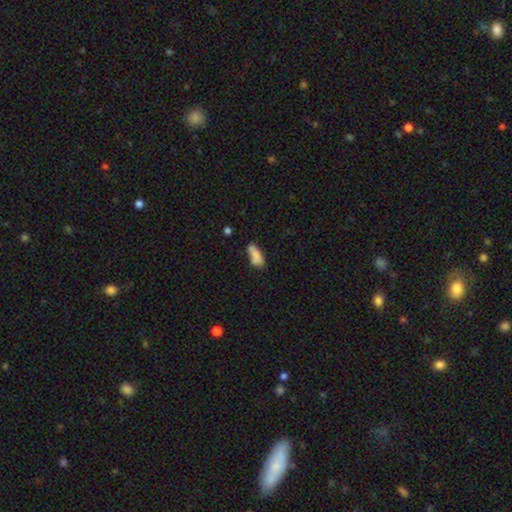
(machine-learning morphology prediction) This is likely a smooth galaxy (79%). How rounded: likely in between (75%). Merging: possibly none (48%).